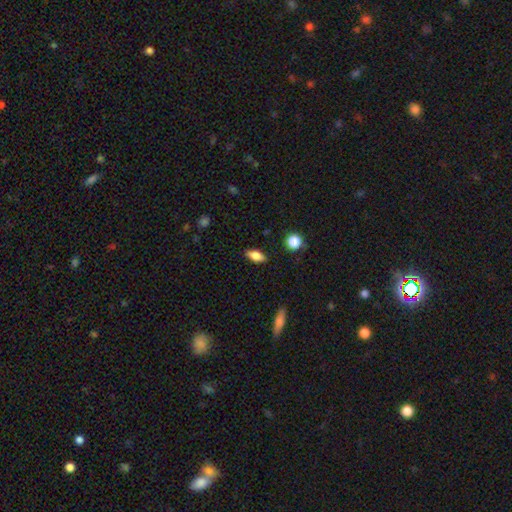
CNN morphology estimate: This appears to be a smooth galaxy with no disk features (73%) that is in between round and cigar-shaped (82%). Merging: none (86%).